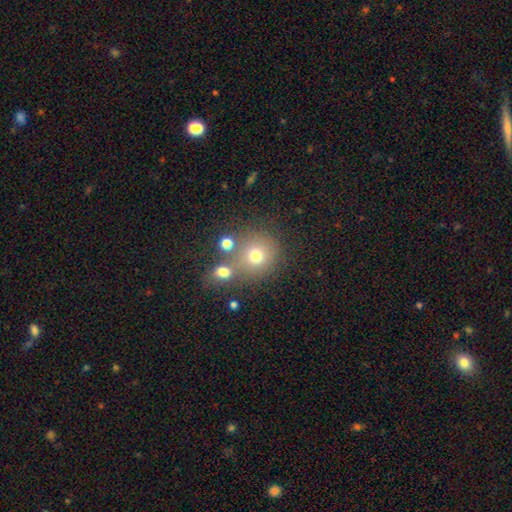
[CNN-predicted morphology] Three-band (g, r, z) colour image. It shows a smooth galaxy with no disk features (72%) that is round (87%). Merging: none (59%).